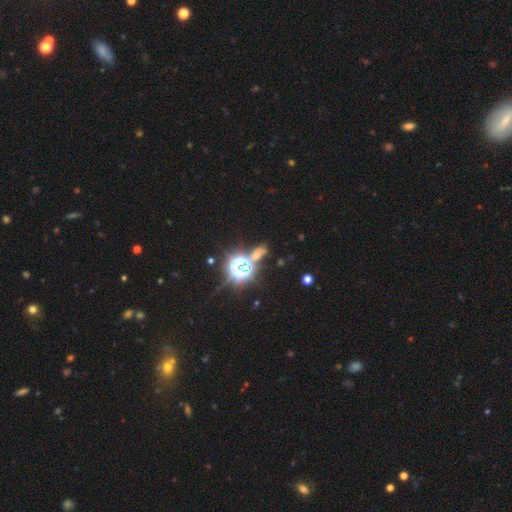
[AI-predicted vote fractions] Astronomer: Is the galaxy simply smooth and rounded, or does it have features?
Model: star or artifact — 62%.